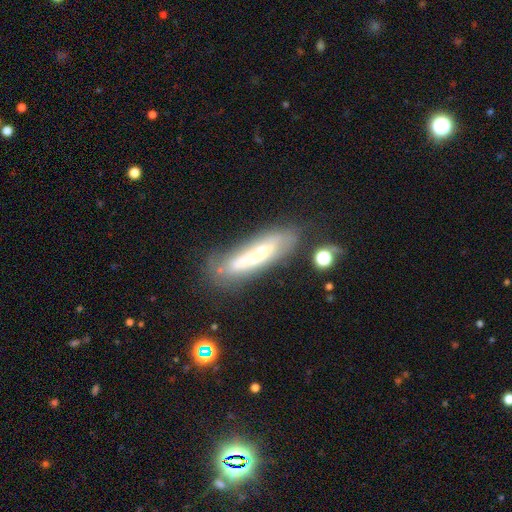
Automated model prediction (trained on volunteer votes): smooth_or_featured: smooth (p=0.46) [alt: featured or disk p=0.45]
merging: none (p=0.54) [alt: minor disturbance p=0.24]